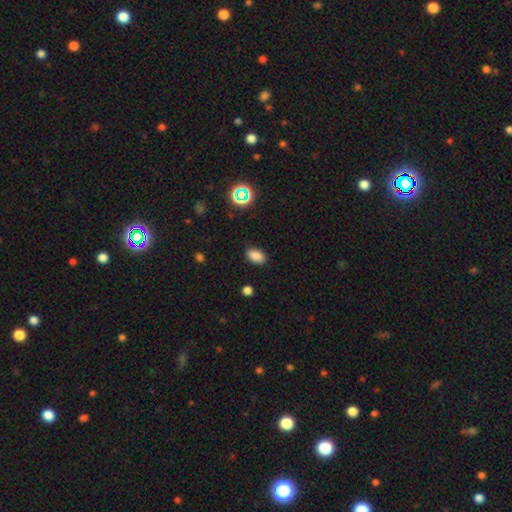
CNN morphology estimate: A smooth galaxy with no disk features (84%) that is in between round and cigar-shaped (90%).

Vote fractions:
- Smooth or featured? smooth: 84% / star or artifact: 12% / featured or disk: 4%
- How rounded? in between: 90% / round: 8% / cigar-shaped: 2%
- Merging? none: 86% / minor disturbance: 10% / major disturbance: 3% / merger: 1%